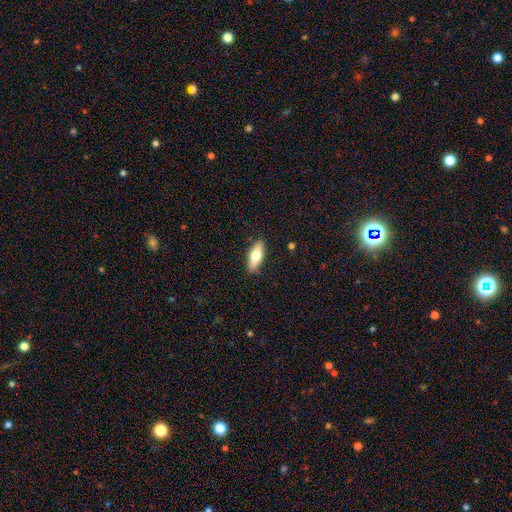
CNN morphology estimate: A smooth galaxy with no disk features (68%) that is in between round and cigar-shaped (65%).

Vote fractions:
- Smooth or featured? smooth: 68% / featured or disk: 27% / star or artifact: 6%
- How rounded? in between: 65% / cigar-shaped: 33% / round: 3%
- Merging? none: 89% / minor disturbance: 9% / major disturbance: 2% / merger: 1%